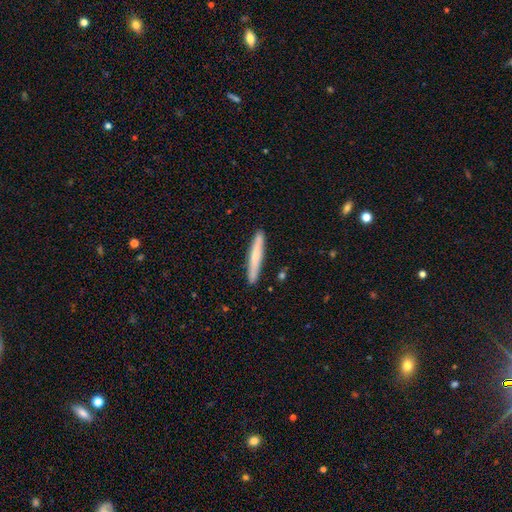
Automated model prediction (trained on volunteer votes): smooth_or_featured: smooth (p=0.64) [alt: featured or disk p=0.31]
how_rounded: cigar-shaped (p=0.95) [alt: in between p=0.04]
merging: none (p=0.90) [alt: minor disturbance p=0.07]